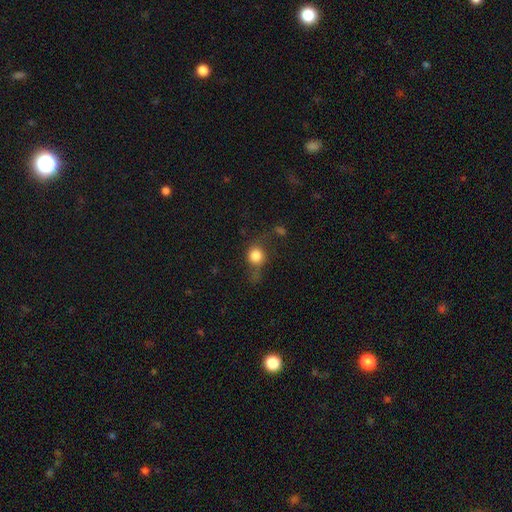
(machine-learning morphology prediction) Overall: smooth (74%). How rounded: round (82%). Merging: none (48%; minor disturbance 26%).